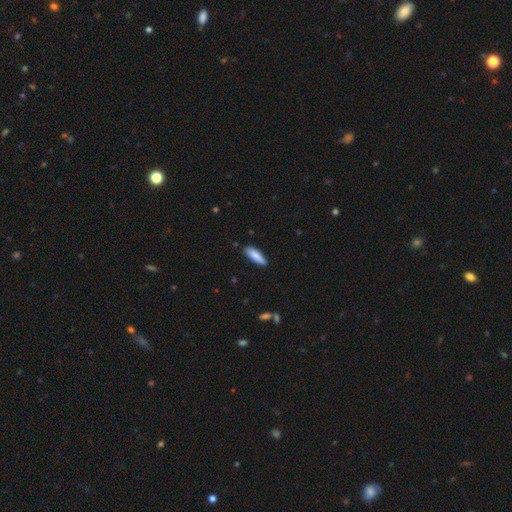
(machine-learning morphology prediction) Smooth or featured? Predicted: smooth (p=0.86). How rounded? Predicted: cigar-shaped (p=0.62). Merging? Predicted: none (p=0.83).